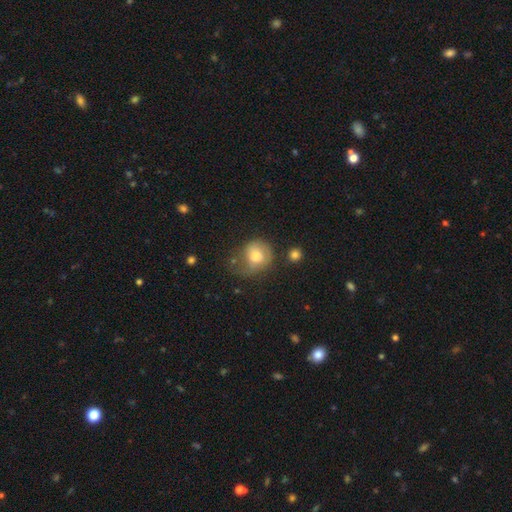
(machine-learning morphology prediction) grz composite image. It shows a smooth galaxy with no disk features (70%) that is round (69%). Merging: none (37%).